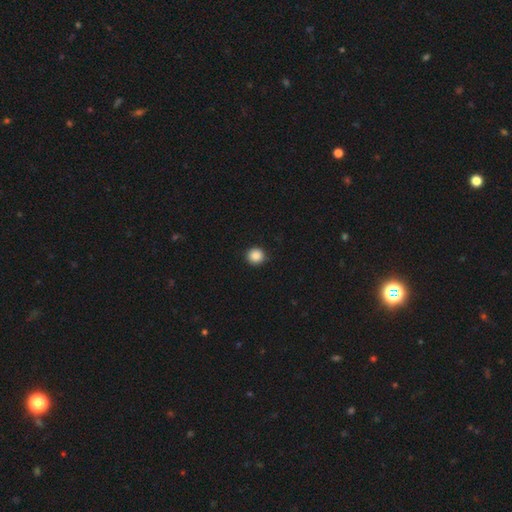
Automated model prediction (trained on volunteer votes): Smooth or featured? smooth (88%)
How rounded? round (94%)
Merging? none (92%)